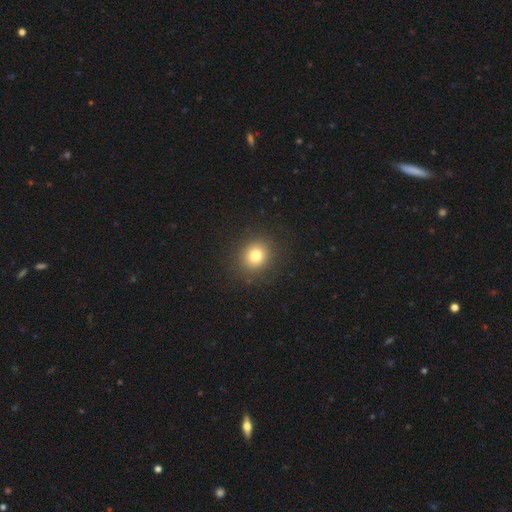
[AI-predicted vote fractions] A smooth galaxy with no disk features (79%) that is round (82%). Merging: none (89%).